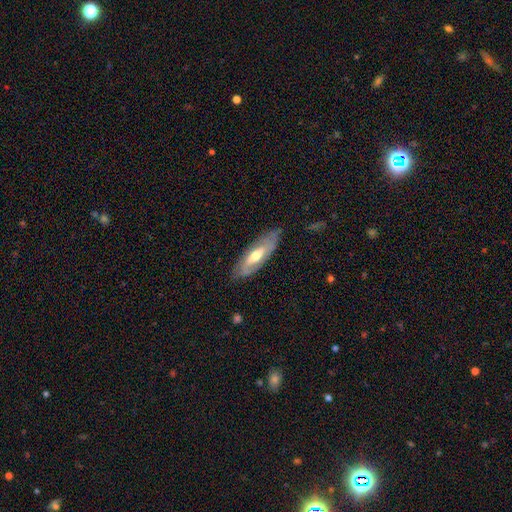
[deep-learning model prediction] Smooth or featured?
  - featured or disk: 57% *
  - smooth: 37%
  - star or artifact: 5%
Edge-on disk?
  - no: 67% *
  - yes: 33%
Merging?
  - none: 76% *
  - minor disturbance: 18%
  - major disturbance: 5%
  - merger: 1%